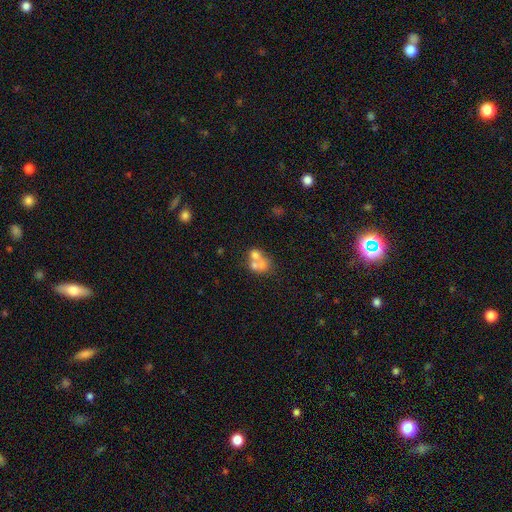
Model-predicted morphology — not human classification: smooth 56%, featured or disk 31%, star or artifact 13%. Down the decision tree: how rounded — round (60%); merging — merger (64%).